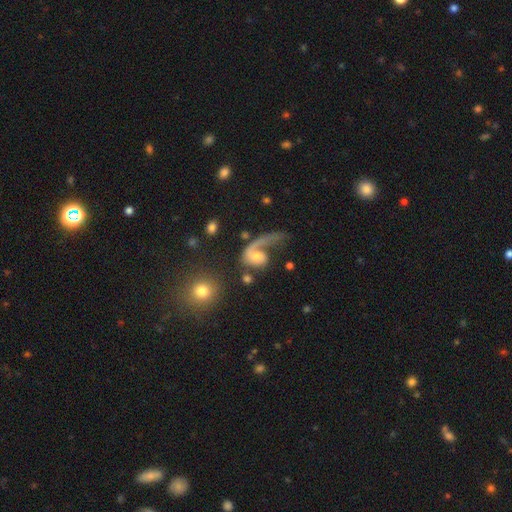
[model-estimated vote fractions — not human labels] Morphology: type=featured or disk (67%); edge-on=no (97%); bar=no (64%); spiral arms=yes (85%); winding=loose (67%); arm count=1 (87%); bulge=moderate (43%); merging=major disturbance (51%).